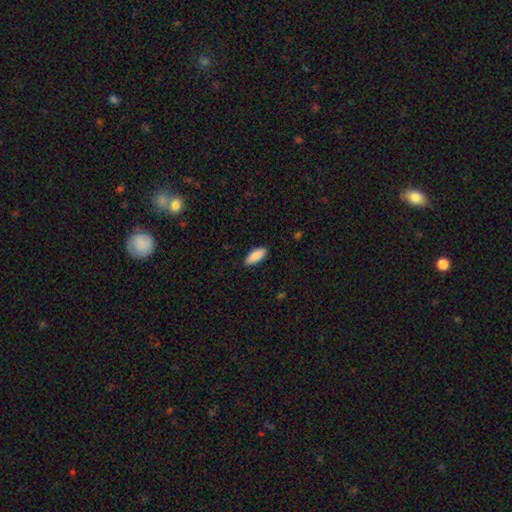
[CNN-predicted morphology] Smooth or featured? Predicted: smooth (p=0.89). How rounded? Predicted: in between (p=0.78). Merging? Predicted: none (p=0.88).